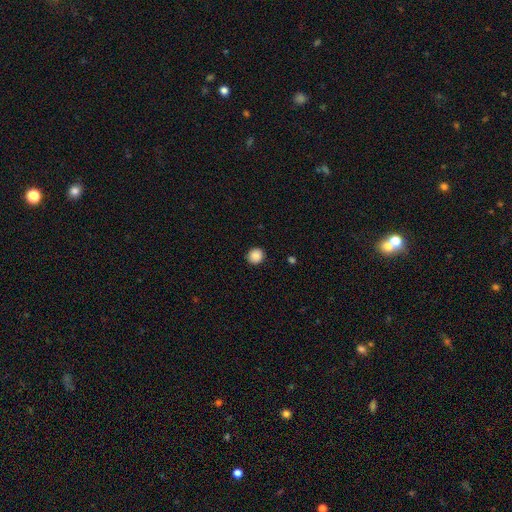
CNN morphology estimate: Smooth or featured? smooth (88%)
How rounded? round (91%)
Merging? none (91%)